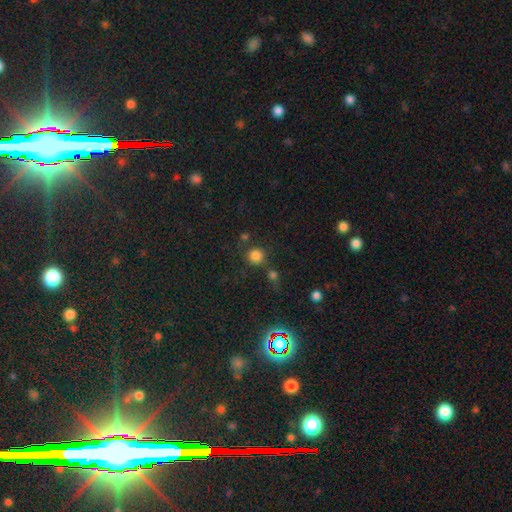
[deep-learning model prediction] Q: Smooth or featured?
A: smooth (79%); runner-up: star or artifact (16%)
Q: How rounded?
A: round (92%); runner-up: in between (7%)
Q: Merging?
A: none (71%); runner-up: merger (15%)